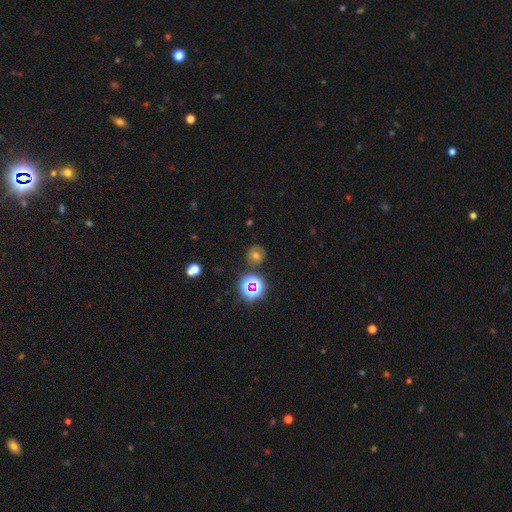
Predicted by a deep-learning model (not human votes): This appears to be a smooth galaxy with no disk features (48%). Merging: none (83%).